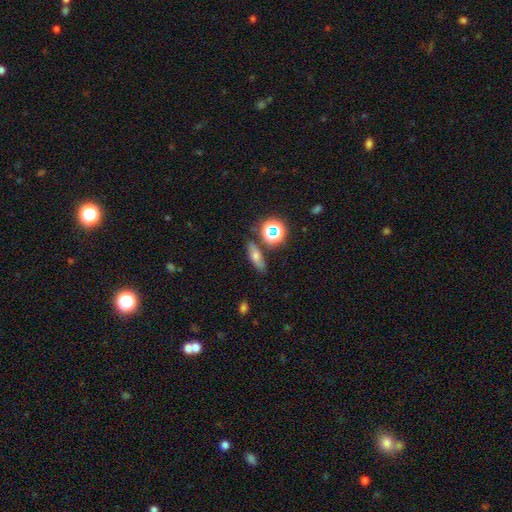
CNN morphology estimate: smooth-or-featured: smooth: 46% | featured or disk: 30% | star or artifact: 24%
  merging: none: 77% | minor disturbance: 13% | merger: 6% | major disturbance: 4%